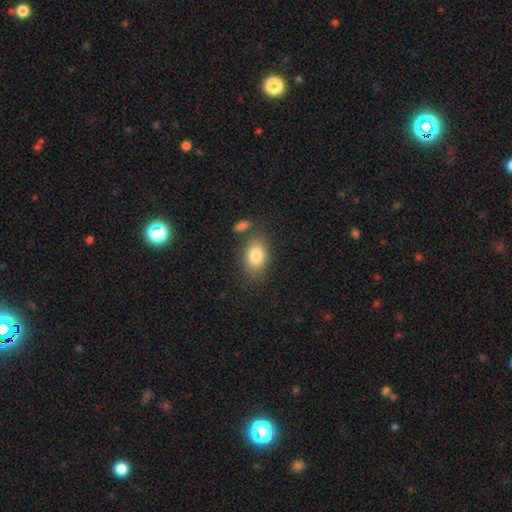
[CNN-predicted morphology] Smooth or featured? smooth (81%)
How rounded? in between (85%)
Merging? none (74%)